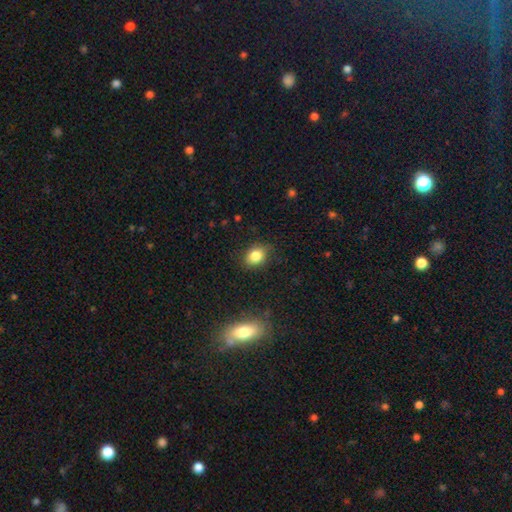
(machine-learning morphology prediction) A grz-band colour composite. It shows a smooth galaxy with no disk features (83%) that is in between round and cigar-shaped (63%). Merging: none (82%).